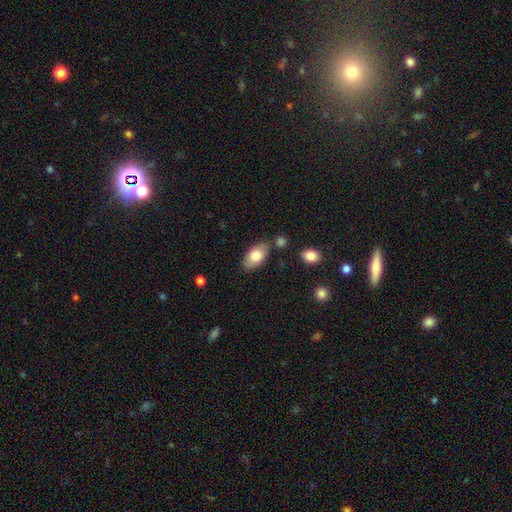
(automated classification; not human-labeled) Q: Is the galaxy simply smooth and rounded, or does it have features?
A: smooth — 79%.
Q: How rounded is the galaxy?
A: in between — 93%.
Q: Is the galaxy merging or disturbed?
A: none — 78%.